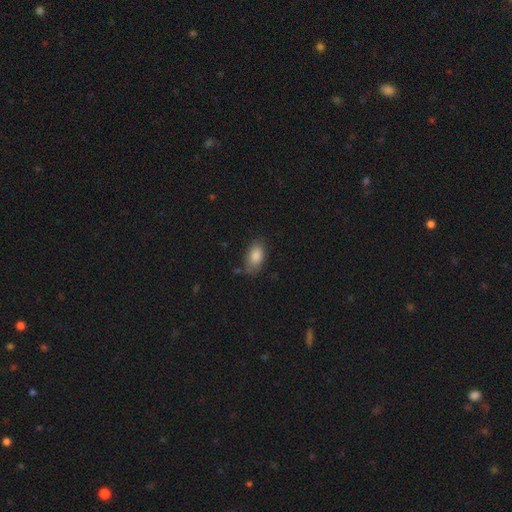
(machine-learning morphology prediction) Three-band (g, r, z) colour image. It shows a smooth galaxy with no disk features (86%) that is in between round and cigar-shaped (90%). Merging: none (71%).